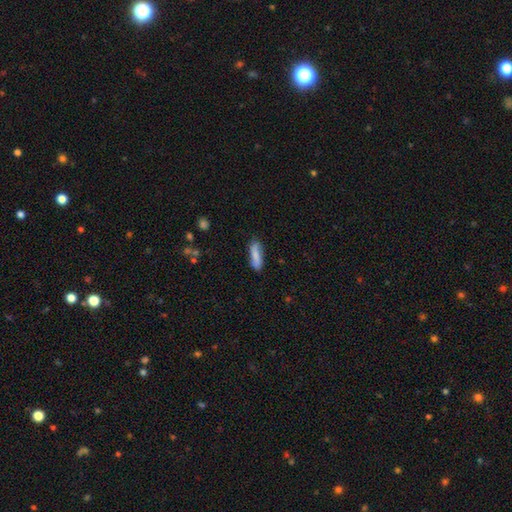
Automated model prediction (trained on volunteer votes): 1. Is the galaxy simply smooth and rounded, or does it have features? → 73% smooth, 21% featured or disk, 6% star or artifact.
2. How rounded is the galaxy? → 56% cigar-shaped, 42% in between, 2% round.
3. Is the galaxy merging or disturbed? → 76% none, 18% minor disturbance, 4% major disturbance, 2% merger.